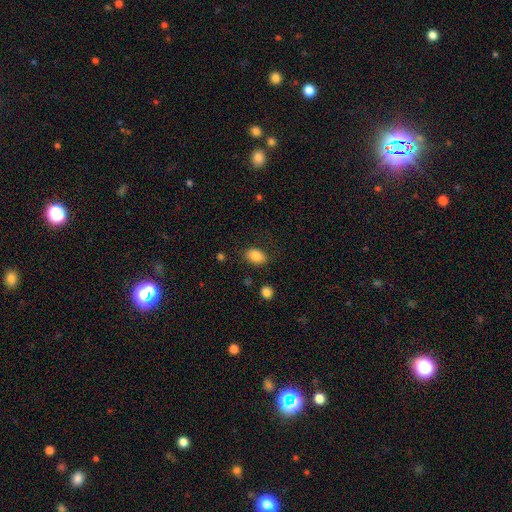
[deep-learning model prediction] smooth 86%, star or artifact 8%, featured or disk 6%. Down the decision tree: how rounded — in between (86%); merging — none (80%).